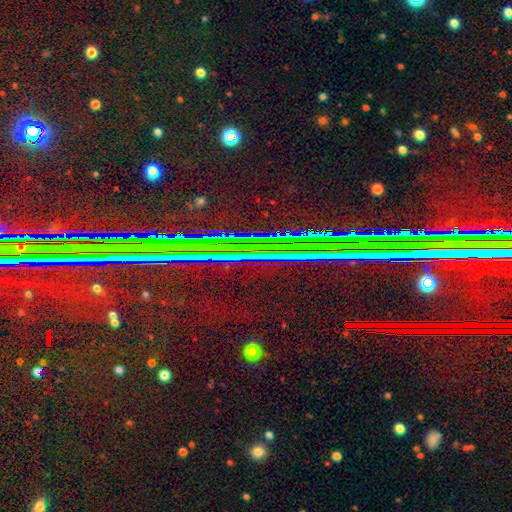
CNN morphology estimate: A star or artifact, not a galaxy (84%).